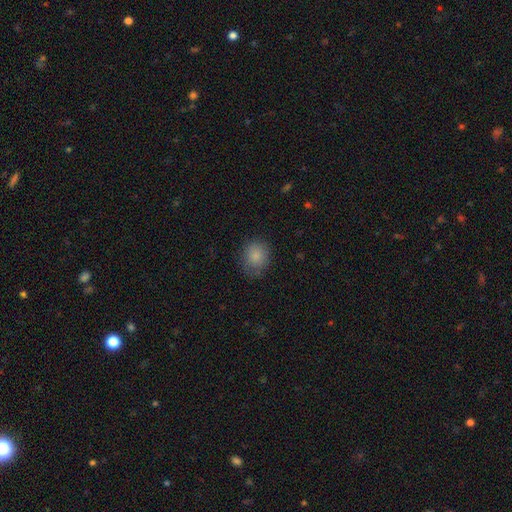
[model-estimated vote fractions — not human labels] Smooth or featured?
  - smooth: 84% *
  - star or artifact: 9%
  - featured or disk: 7%
How rounded?
  - round: 69% *
  - in between: 31%
  - cigar-shaped: 1%
Merging?
  - none: 73% *
  - minor disturbance: 20%
  - major disturbance: 6%
  - merger: 1%